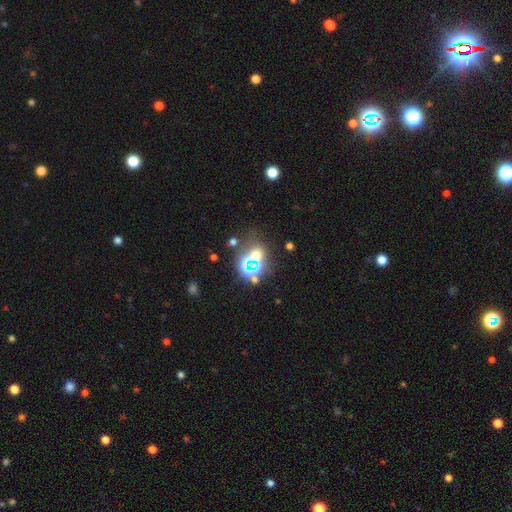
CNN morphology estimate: smooth-or-featured: star or artifact: 54% | smooth: 34% | featured or disk: 11%